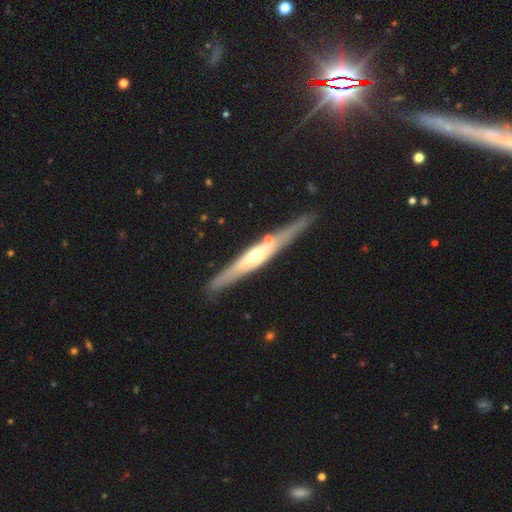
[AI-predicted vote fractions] Smooth or featured?
  - featured or disk: 73% *
  - smooth: 22%
  - star or artifact: 6%
Edge-on disk?
  - yes: 94% *
  - no: 6%
Edge-on bulge?
  - rounded: 78% *
  - none: 12%
  - boxy: 9%
Merging?
  - none: 84% *
  - minor disturbance: 10%
  - merger: 4%
  - major disturbance: 2%